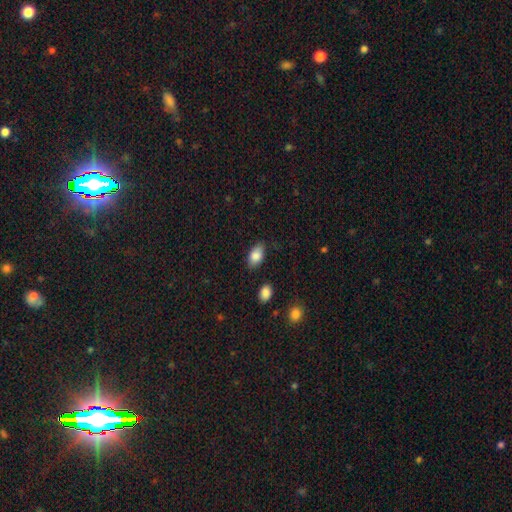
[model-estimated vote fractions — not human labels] This is clearly a smooth galaxy (84%). How rounded: clearly in between (90%). Merging: likely none (79%).